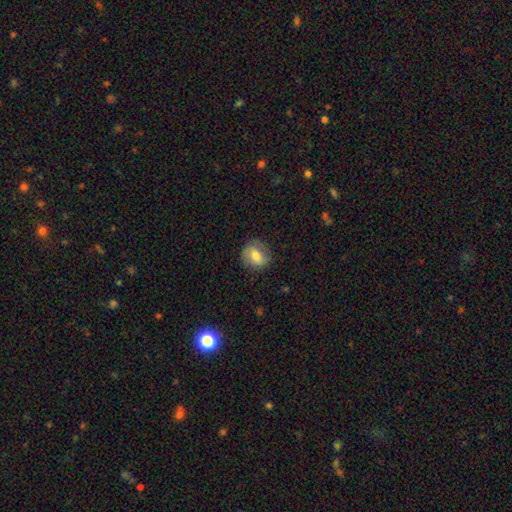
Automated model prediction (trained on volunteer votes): This appears to be a smooth galaxy with no disk features (66%) that is round (72%). Merging: none (80%).